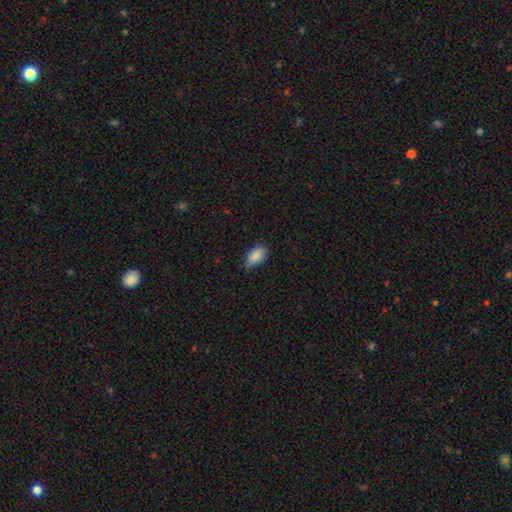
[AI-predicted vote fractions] smooth_or_featured: smooth (p=0.88) [alt: star or artifact p=0.07]
how_rounded: in between (p=0.92) [alt: cigar-shaped p=0.04]
merging: none (p=0.74) [alt: minor disturbance p=0.22]